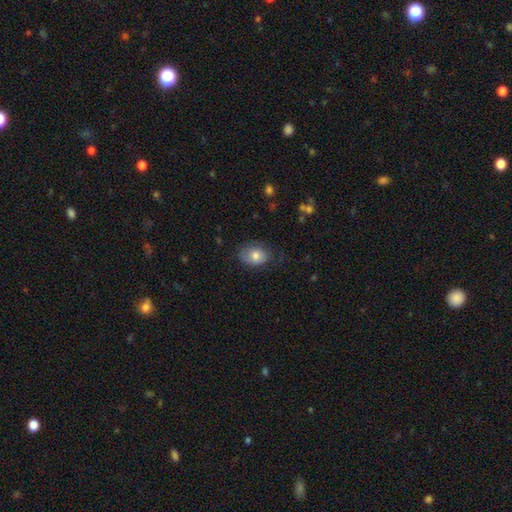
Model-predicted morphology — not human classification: smooth_or_featured: smooth (p=0.77) [alt: featured or disk p=0.15]
how_rounded: in between (p=0.73) [alt: round p=0.26]
merging: none (p=0.61) [alt: minor disturbance p=0.28]